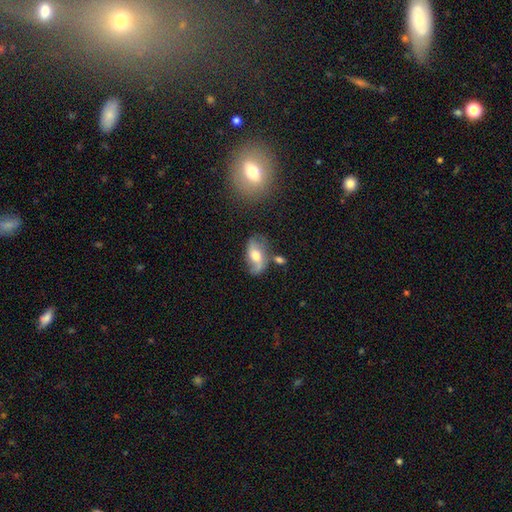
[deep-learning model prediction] A featured or disk galaxy (66%) with no bar (53%), 2 (82%) loose (65%) spiral arms (87%) and a moderate central bulge (64%). Merging: none (55%).